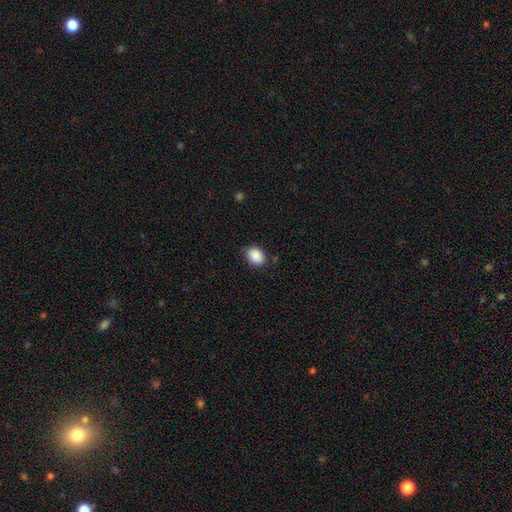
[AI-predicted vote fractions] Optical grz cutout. It shows a smooth galaxy with no disk features (89%) that is in between round and cigar-shaped (63%). Merging: none (80%).